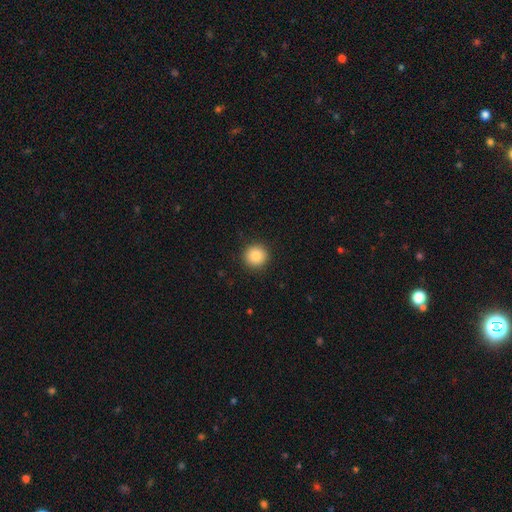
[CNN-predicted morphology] Smooth or featured? smooth (86%)
How rounded? round (95%)
Merging? none (92%)